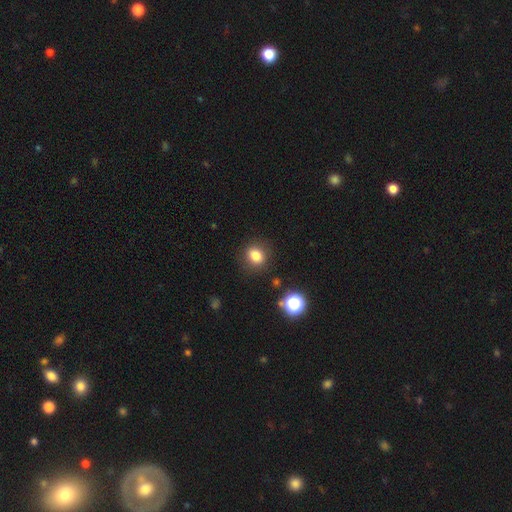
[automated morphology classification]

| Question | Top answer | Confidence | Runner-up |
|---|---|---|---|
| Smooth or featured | smooth | 82% | star or artifact (12%) |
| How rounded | round | 62% | in between (37%) |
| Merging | none | 86% | minor disturbance (9%) |